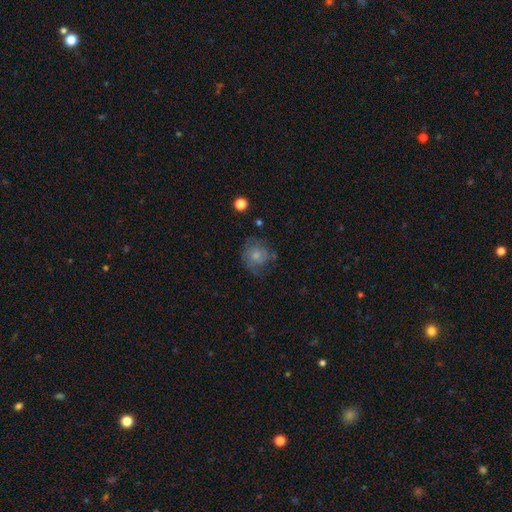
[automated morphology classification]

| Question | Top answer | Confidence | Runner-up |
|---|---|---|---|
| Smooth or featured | featured or disk | 49% | smooth (36%) |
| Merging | none | 67% | minor disturbance (20%) |